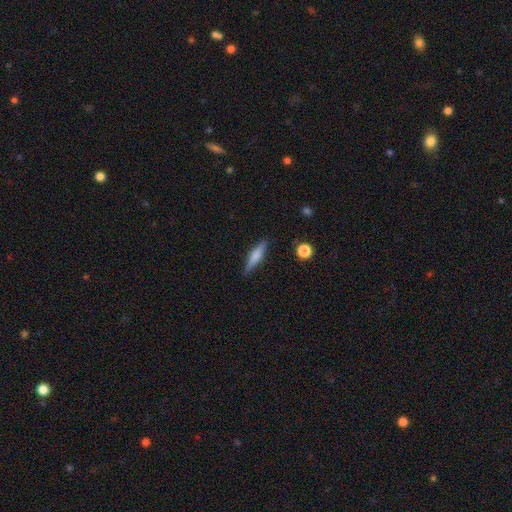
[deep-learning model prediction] This appears to be a smooth galaxy with no disk features (58%) that is cigar-shaped (80%). Merging: none (87%).